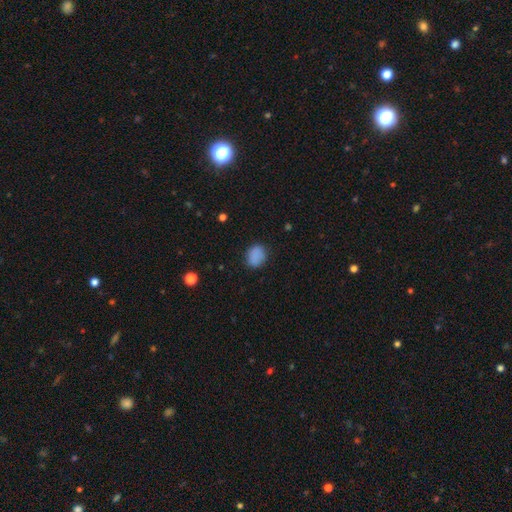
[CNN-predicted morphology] smooth_or_featured: smooth (p=0.87) [alt: star or artifact p=0.09]
how_rounded: round (p=0.50) [alt: in between p=0.49]
merging: none (p=0.83) [alt: minor disturbance p=0.13]